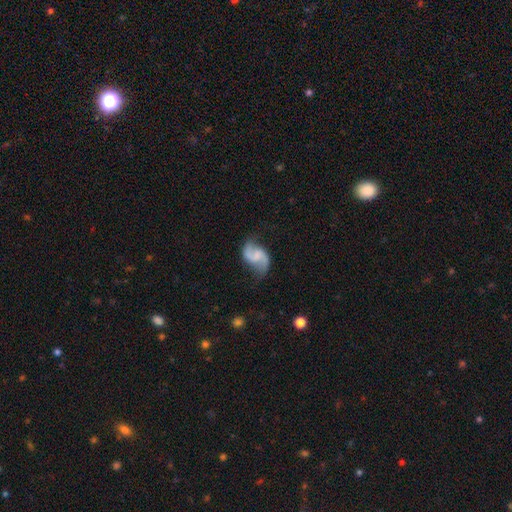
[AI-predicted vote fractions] This is clearly a featured or disk galaxy (81%). It is clearly not viewed edge-on (98%). Bar: possibly weak (46%). Spiral arm pattern: clearly yes (95%). Spiral arm count: clearly 2 (92%). Spiral winding: likely loose (62%). Central bulge: possibly none (53%). Merging: likely none (69%).